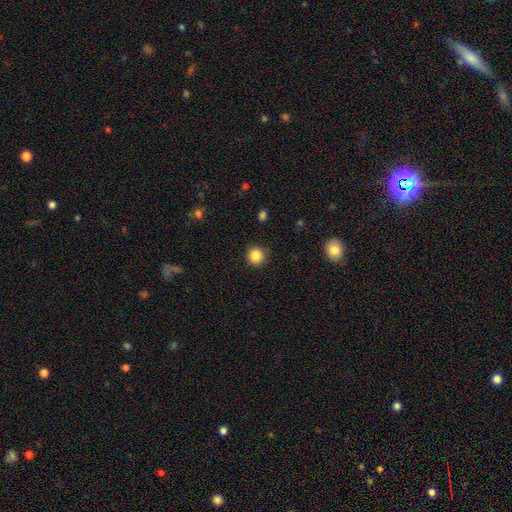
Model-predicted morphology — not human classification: Smooth or featured?
  - smooth: 85% *
  - star or artifact: 11%
  - featured or disk: 4%
How rounded?
  - round: 93% *
  - in between: 6%
  - cigar-shaped: 1%
Merging?
  - none: 89% *
  - minor disturbance: 8%
  - major disturbance: 2%
  - merger: 1%